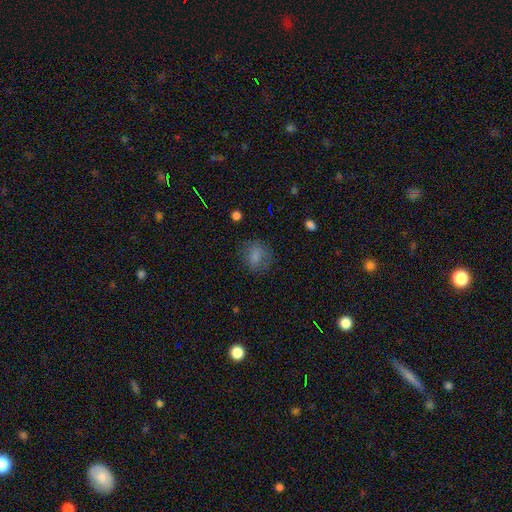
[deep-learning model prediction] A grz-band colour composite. It shows a smooth galaxy with no disk features (76%) that is round (68%). Merging: none (71%).